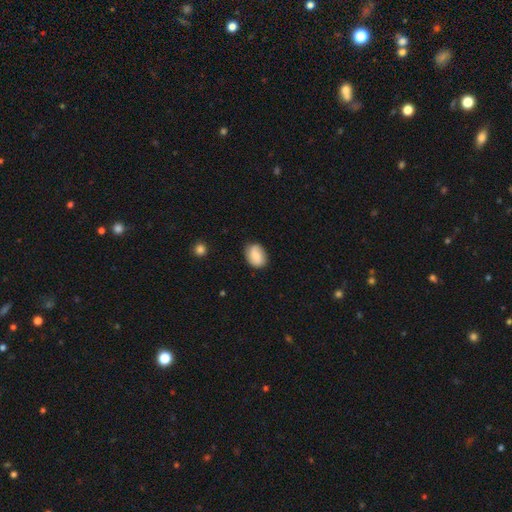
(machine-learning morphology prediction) Q: Smooth or featured?
A: smooth (77%); runner-up: featured or disk (16%)
Q: How rounded?
A: in between (74%); runner-up: round (25%)
Q: Merging?
A: none (82%); runner-up: minor disturbance (14%)